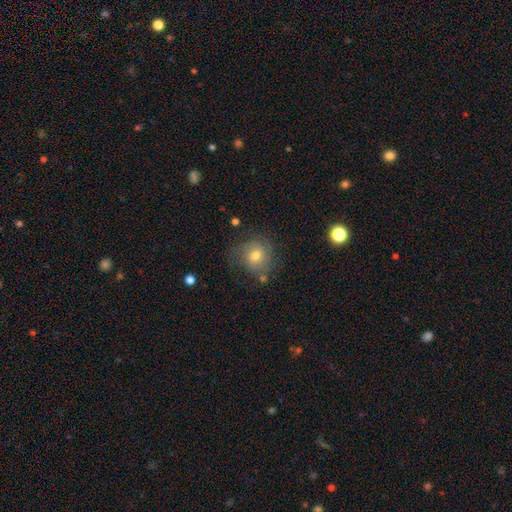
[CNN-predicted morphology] A smooth galaxy with no disk features (56%) that is round (82%). Merging: none (66%).